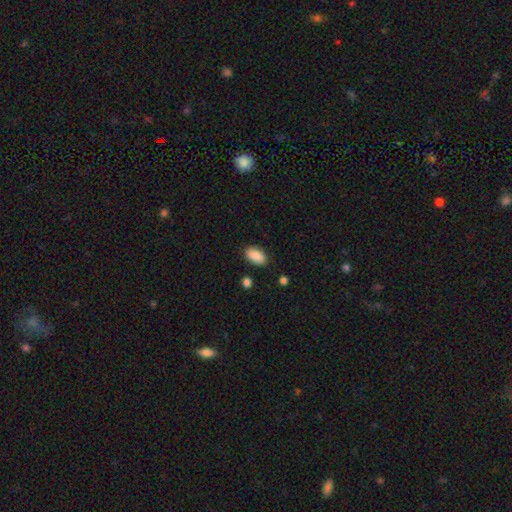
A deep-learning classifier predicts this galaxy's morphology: Smooth or featured? Predicted: smooth (p=0.89). How rounded? Predicted: in between (p=0.93). Merging? Predicted: none (p=0.86).